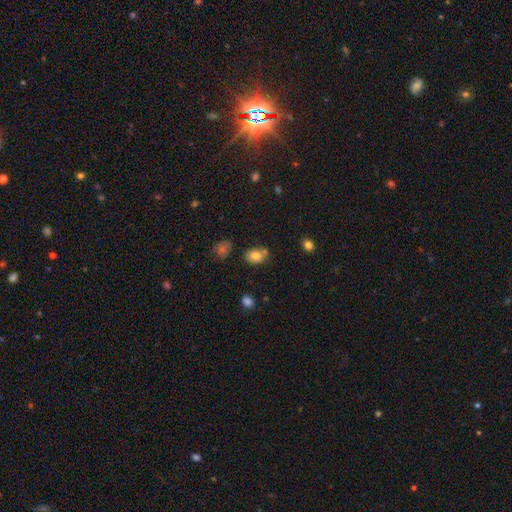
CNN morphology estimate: Smooth or featured? Predicted: smooth (p=0.80). How rounded? Predicted: in between (p=0.67). Merging? Predicted: none (p=0.64).